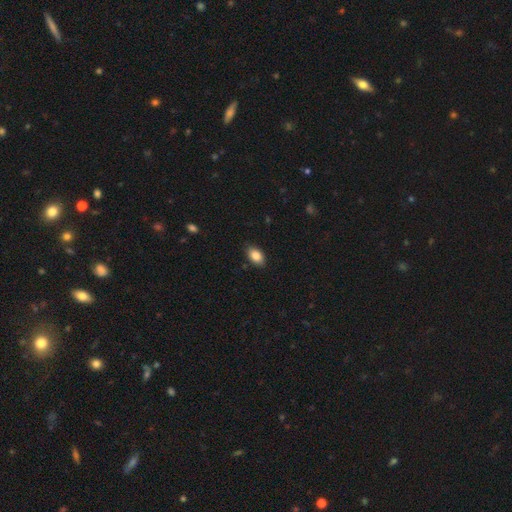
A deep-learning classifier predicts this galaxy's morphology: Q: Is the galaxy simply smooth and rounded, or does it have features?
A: smooth — 86%.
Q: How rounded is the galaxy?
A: in between — 91%.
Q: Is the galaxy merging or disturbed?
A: none — 87%.